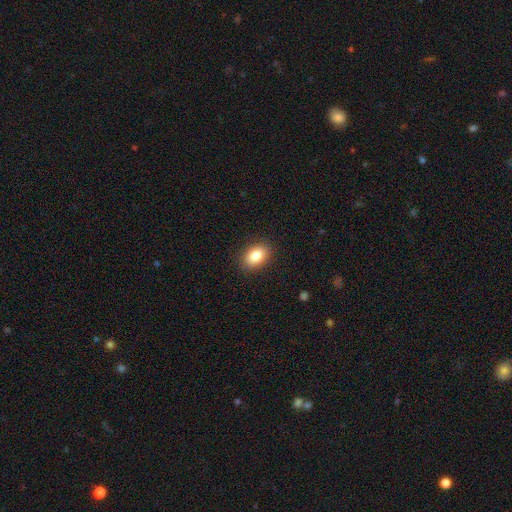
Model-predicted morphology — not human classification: This is clearly a smooth galaxy (85%). How rounded: clearly in between (82%). Merging: clearly none (89%).